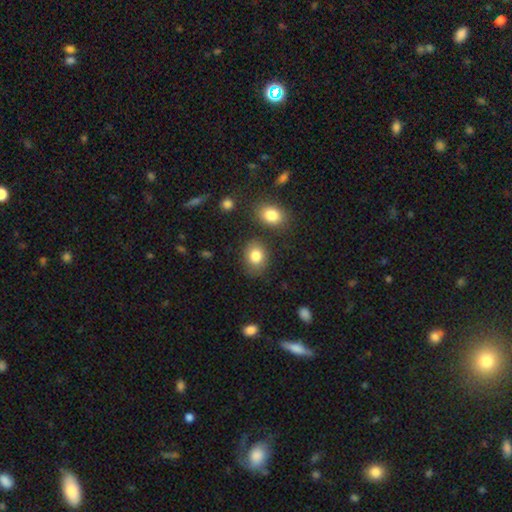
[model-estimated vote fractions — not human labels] smooth-or-featured: smooth: 83% | star or artifact: 9% | featured or disk: 8%
  how-rounded: round: 52% | in between: 47% | cigar-shaped: 1%
  merging: none: 78% | minor disturbance: 13% | merger: 5% | major disturbance: 4%